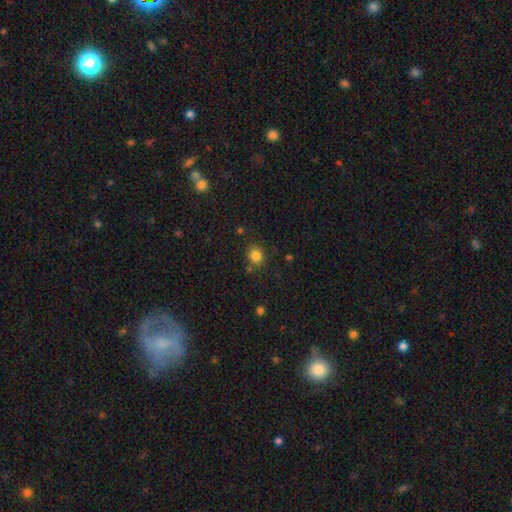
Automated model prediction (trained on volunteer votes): smooth-or-featured: smooth: 82% | star or artifact: 12% | featured or disk: 6%
  how-rounded: round: 73% | in between: 26% | cigar-shaped: 1%
  merging: none: 81% | minor disturbance: 11% | merger: 5% | major disturbance: 3%